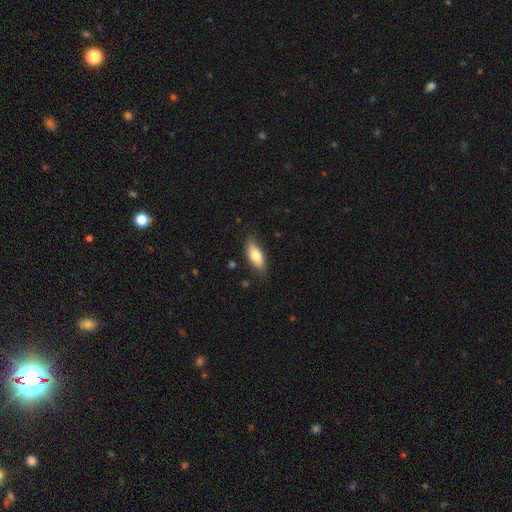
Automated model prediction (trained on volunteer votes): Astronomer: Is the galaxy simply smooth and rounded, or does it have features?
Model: smooth — 71%.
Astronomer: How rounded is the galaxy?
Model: in between — 80%.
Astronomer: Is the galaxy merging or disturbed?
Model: none — 83%.